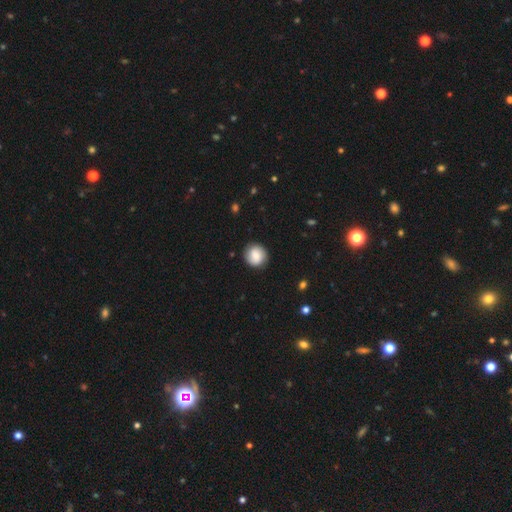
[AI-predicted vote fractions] Q: Smooth or featured?
A: smooth (72%); runner-up: featured or disk (20%)
Q: How rounded?
A: round (87%); runner-up: in between (12%)
Q: Merging?
A: none (86%); runner-up: minor disturbance (10%)